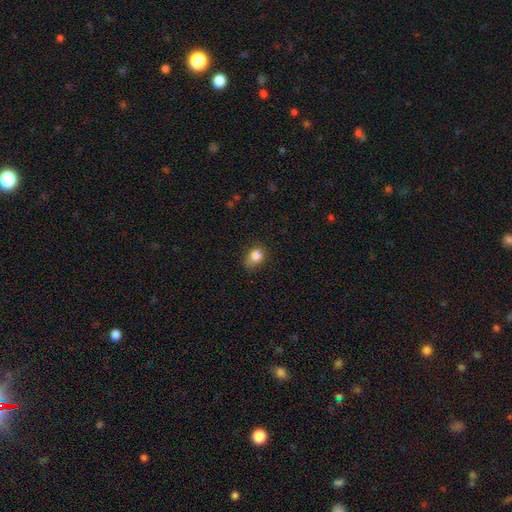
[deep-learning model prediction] The model was most divided on "how rounded": in between: 51%, round: 47%, cigar-shaped: 1%. More confident: smooth or featured — smooth (83%); merging — none (53%).